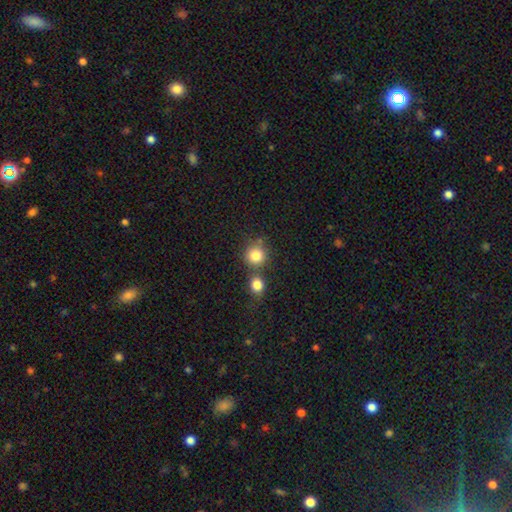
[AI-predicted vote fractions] smooth 81%, star or artifact 12%, featured or disk 7%. Down the decision tree: how rounded — round (89%); merging — none (61%).